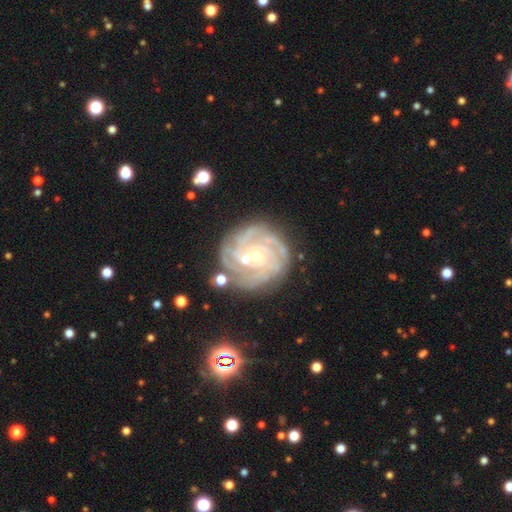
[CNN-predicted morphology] smooth-or-featured: featured or disk: 85% | smooth: 8% | star or artifact: 7%
  disk-edge-on: no: 98% | yes: 2%
    bar: no: 68% | weak: 24% | strong: 7%
    has-spiral-arms: yes: 96% | no: 4%
      spiral-winding: tight: 78% | medium: 19% | loose: 4%
      spiral-arm-count: 4: 28% | can't tell: 24% | more than 4: 18% | 3: 16% | 2: 8% | 1: 6%
    bulge-size: small: 69% | moderate: 27% | large: 2% | none: 2% | dominant: 1%
  merging: none: 74% | minor disturbance: 14% | merger: 7% | major disturbance: 5%